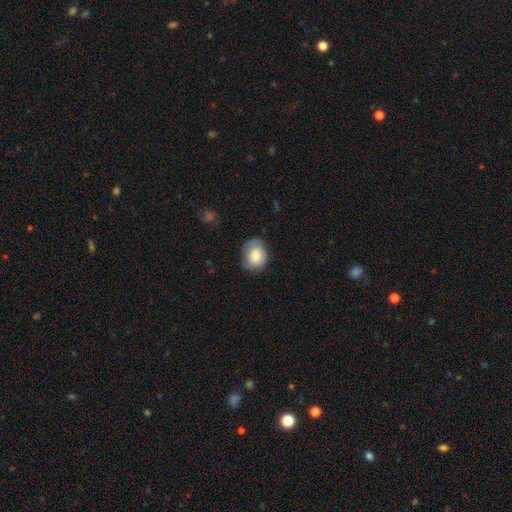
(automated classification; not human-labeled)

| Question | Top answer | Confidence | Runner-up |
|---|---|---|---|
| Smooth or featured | smooth | 80% | featured or disk (13%) |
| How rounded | round | 51% | in between (48%) |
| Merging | none | 63% | minor disturbance (28%) |